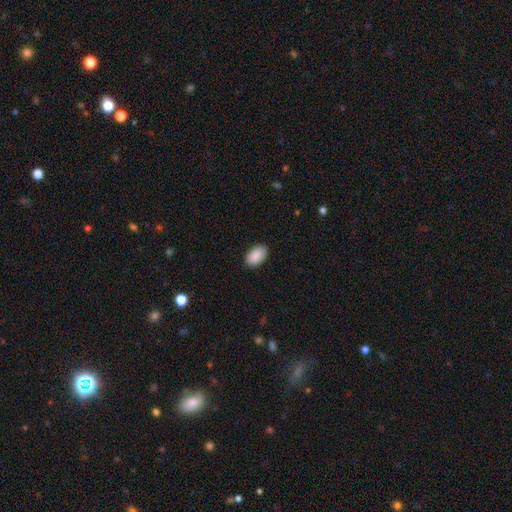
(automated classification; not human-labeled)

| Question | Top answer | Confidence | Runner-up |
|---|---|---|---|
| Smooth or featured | smooth | 91% | star or artifact (6%) |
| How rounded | in between | 93% | round (5%) |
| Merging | none | 89% | minor disturbance (8%) |